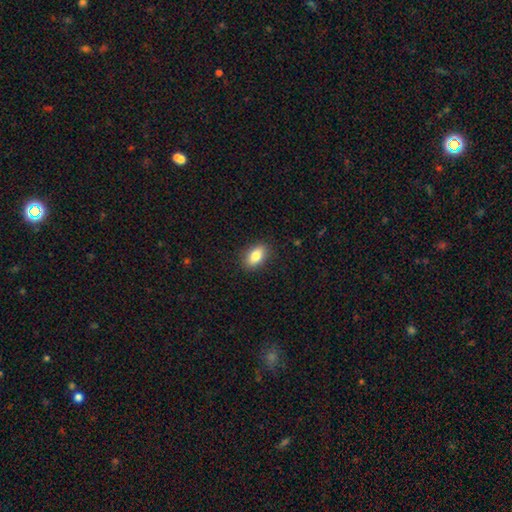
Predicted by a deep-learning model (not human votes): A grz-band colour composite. It shows a smooth galaxy with no disk features (83%) that is in between round and cigar-shaped (88%). Merging: none (88%).